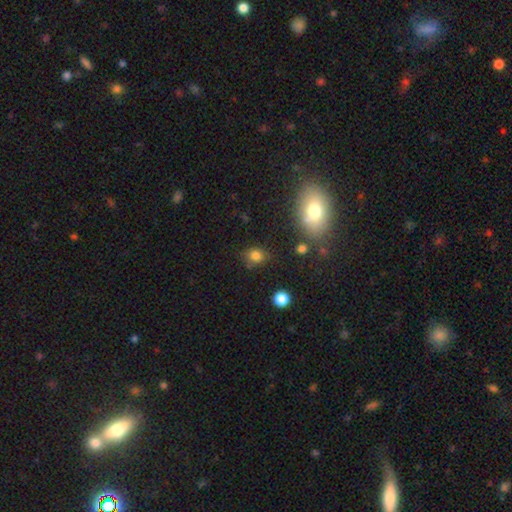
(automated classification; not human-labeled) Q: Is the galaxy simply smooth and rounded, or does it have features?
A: smooth — 78%.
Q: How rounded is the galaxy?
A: round — 55%.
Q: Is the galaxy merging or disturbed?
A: none — 75%.